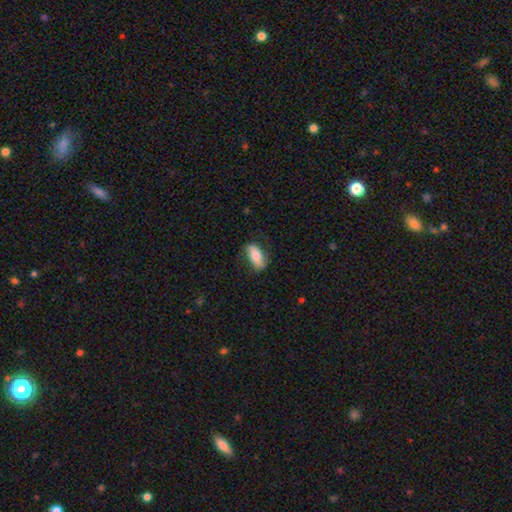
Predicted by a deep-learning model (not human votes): The model was most divided on "smooth or featured": smooth: 58%, featured or disk: 36%, star or artifact: 6%. More confident: how rounded — in between (81%); merging — none (72%).